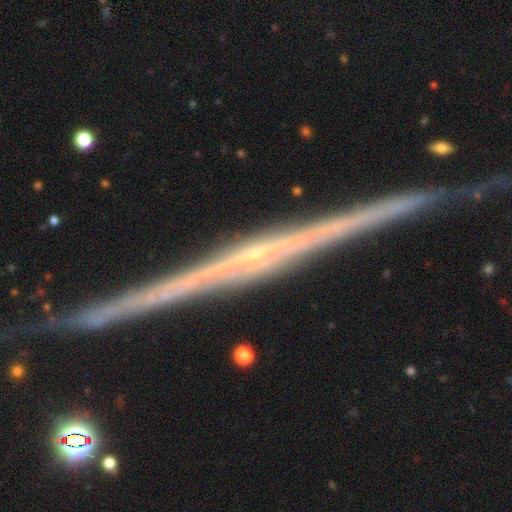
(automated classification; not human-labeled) featured or disk 87%, smooth 7%, star or artifact 6%. Down the decision tree: edge-on disk — yes (98%); edge-on bulge — none (49%); merging — none (87%).